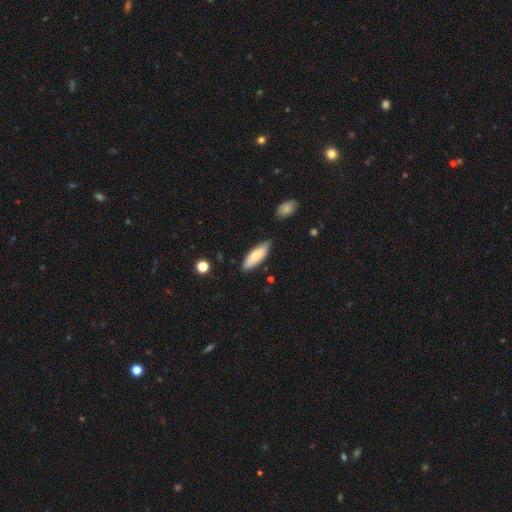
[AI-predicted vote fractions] Smooth or featured? smooth (76%)
How rounded? in between (61%)
Merging? none (78%)